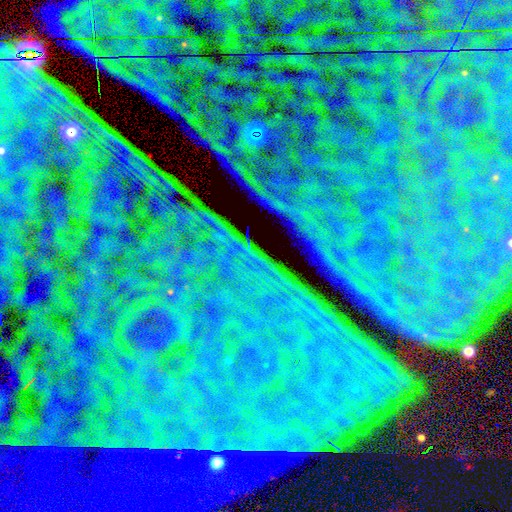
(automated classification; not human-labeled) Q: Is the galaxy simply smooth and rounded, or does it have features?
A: star or artifact — 88%.